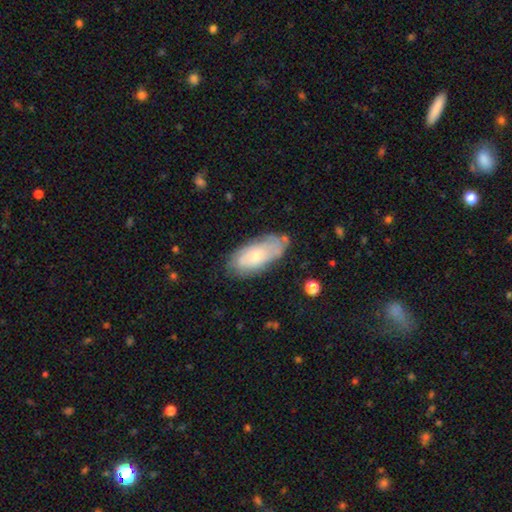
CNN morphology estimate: Smooth or featured: smooth — 48% (featured or disk — 46%)
Merging: none — 69% (minor disturbance — 23%)